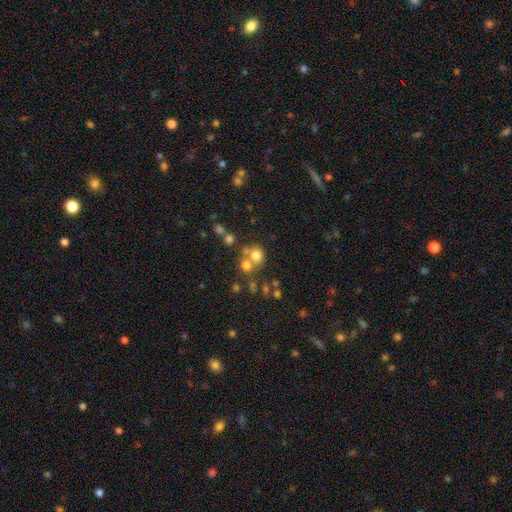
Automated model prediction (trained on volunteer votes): Q: Smooth or featured?
A: smooth (69%); runner-up: star or artifact (16%)
Q: How rounded?
A: round (76%); runner-up: in between (23%)
Q: Merging?
A: none (45%); runner-up: merger (42%)